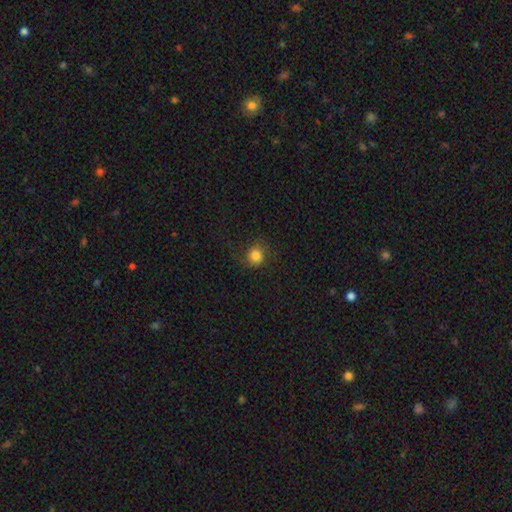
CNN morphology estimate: type=smooth (80%); roundness=round (84%); merging=none (74%).